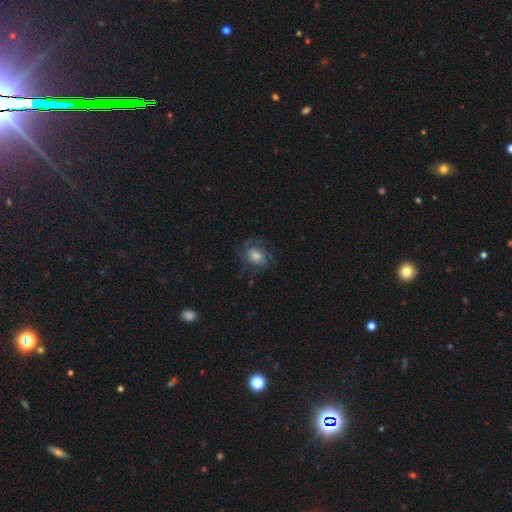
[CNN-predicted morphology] Smooth or featured? featured or disk (60%)
Edge-on disk? no (97%)
Bar? no (70%)
Spiral arms? yes (88%)
Spiral winding? medium (43%, tied with tight)
Spiral arm count? 2 (36%)
Bulge size? moderate (48%)
Merging? none (68%)